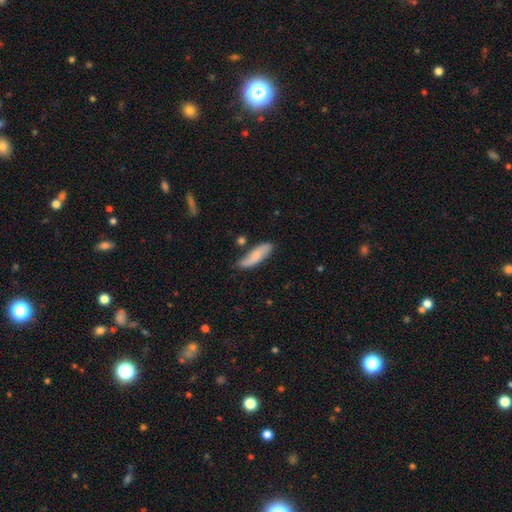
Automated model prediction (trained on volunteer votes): This is likely a smooth galaxy (64%). How rounded: possibly cigar-shaped (50%). Merging: likely none (70%).